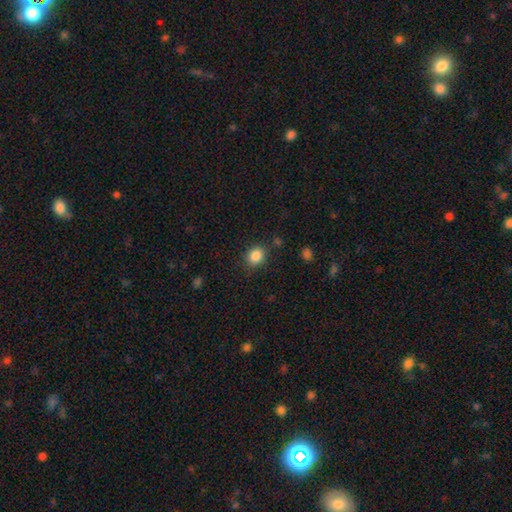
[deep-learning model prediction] smooth_or_featured: smooth (p=0.86) [alt: star or artifact p=0.10]
how_rounded: round (p=0.59) [alt: in between p=0.40]
merging: none (p=0.82) [alt: minor disturbance p=0.12]